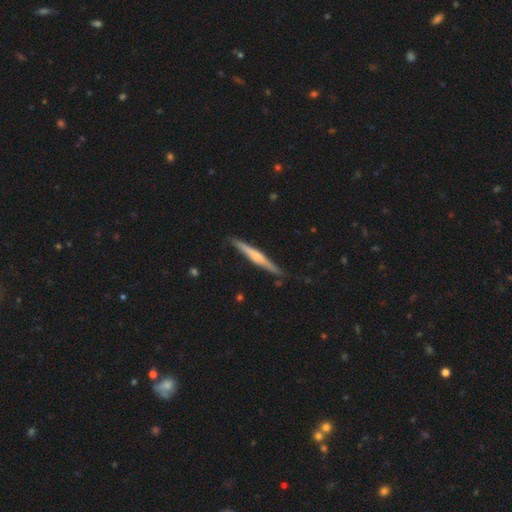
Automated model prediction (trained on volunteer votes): smooth-or-featured: featured or disk: 66% | smooth: 29% | star or artifact: 5%
  disk-edge-on: yes: 98% | no: 2%
    edge-on-bulge: rounded: 74% | none: 16% | boxy: 10%
  merging: none: 88% | minor disturbance: 9% | major disturbance: 1% | merger: 1%